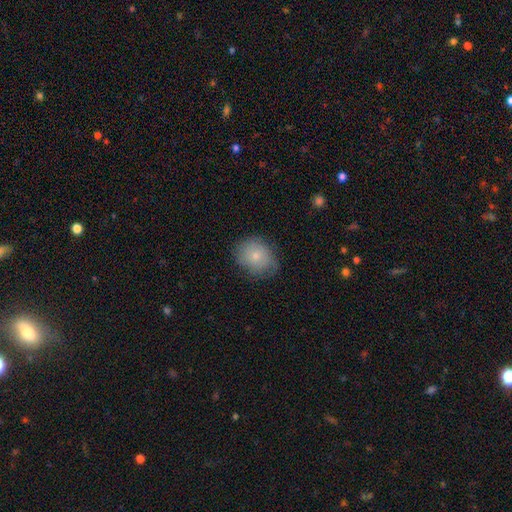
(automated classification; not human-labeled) A smooth galaxy with no disk features (75%) that is round (64%).

Vote fractions:
- Smooth or featured? smooth: 75% / featured or disk: 17% / star or artifact: 8%
- How rounded? round: 64% / in between: 35% / cigar-shaped: 1%
- Merging? none: 68% / minor disturbance: 24% / major disturbance: 6% / merger: 1%